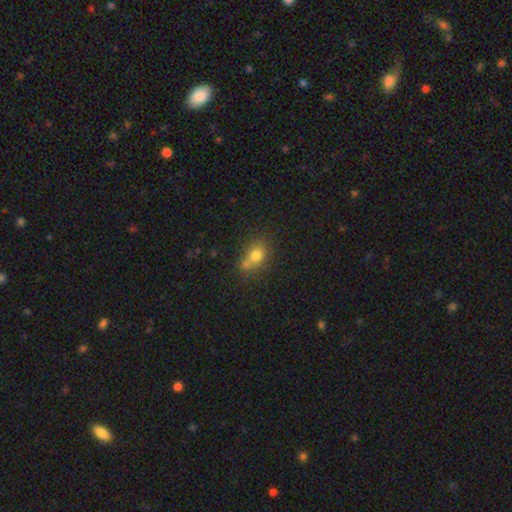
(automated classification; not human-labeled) Morphology: type=smooth (75%); roundness=round (50%); merging=none (45%).